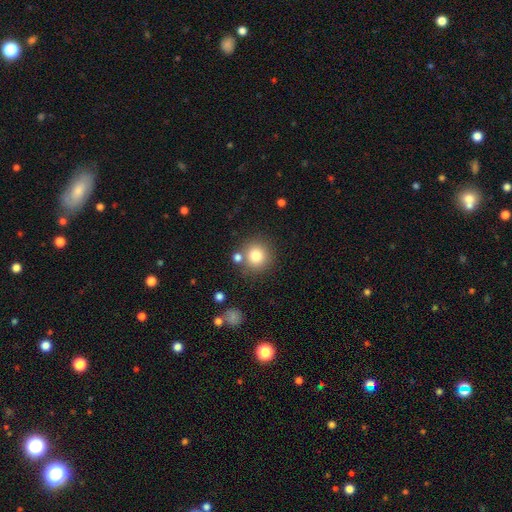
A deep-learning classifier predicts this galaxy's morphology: smooth_or_featured: smooth (p=0.80) [alt: star or artifact p=0.11]
how_rounded: round (p=0.92) [alt: in between p=0.07]
merging: none (p=0.76) [alt: merger p=0.11]